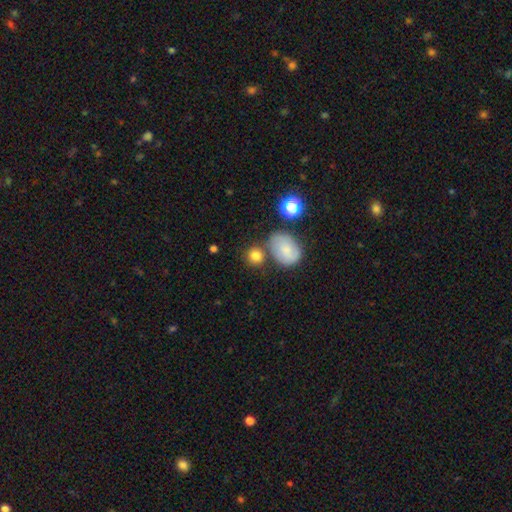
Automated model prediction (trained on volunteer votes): A smooth galaxy with no disk features (80%) that is round (78%). Merging: none (66%).